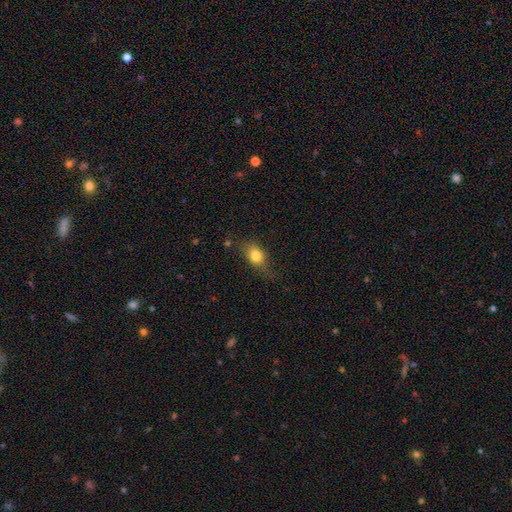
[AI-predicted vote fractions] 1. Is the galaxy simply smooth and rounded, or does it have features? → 77% smooth, 13% featured or disk, 9% star or artifact.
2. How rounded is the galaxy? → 66% in between, 28% round, 6% cigar-shaped.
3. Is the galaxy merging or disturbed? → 62% none, 26% minor disturbance, 9% major disturbance, 2% merger.